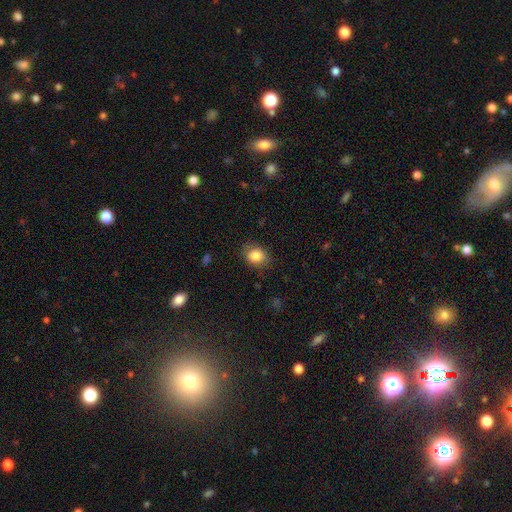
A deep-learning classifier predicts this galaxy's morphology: type=smooth (85%); roundness=round (53%); merging=none (78%).